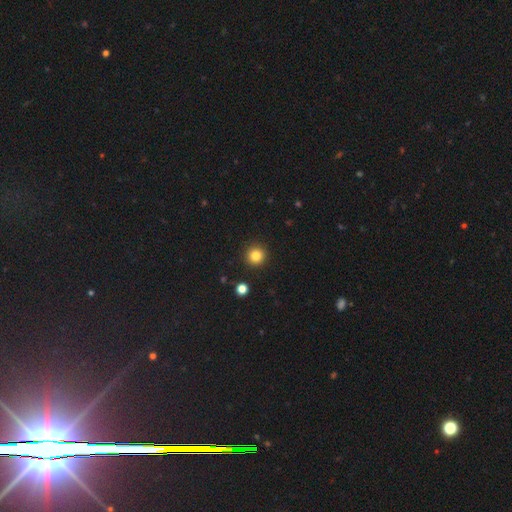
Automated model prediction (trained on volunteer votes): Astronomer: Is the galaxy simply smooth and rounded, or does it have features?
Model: smooth — 83%.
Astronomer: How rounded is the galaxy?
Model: round — 95%.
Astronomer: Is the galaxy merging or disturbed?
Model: none — 92%.